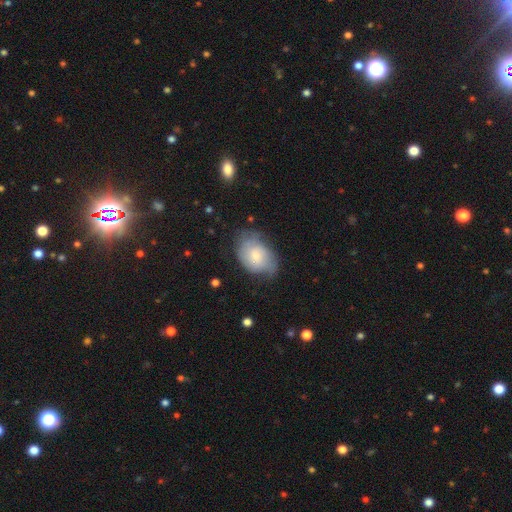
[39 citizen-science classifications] Q: Smooth or featured?
A: smooth (54%); runner-up: featured or disk (41%)
Q: How rounded?
A: in between (71%); runner-up: round (24%)
Q: Merging?
A: minor disturbance (38%); runner-up: none (35%)